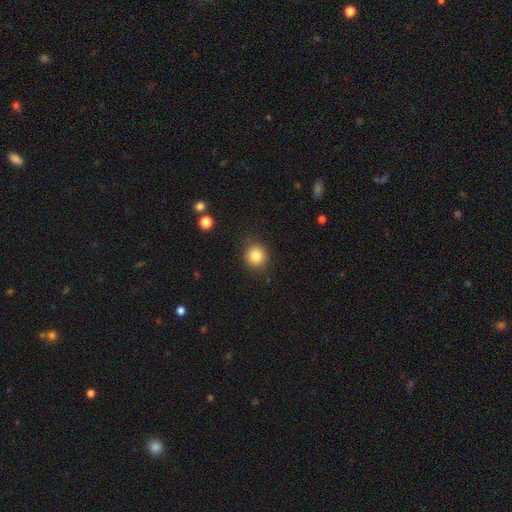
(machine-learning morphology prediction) smooth-or-featured: smooth: 84% | star or artifact: 10% | featured or disk: 6%
  how-rounded: round: 90% | in between: 9% | cigar-shaped: 1%
  merging: none: 85% | minor disturbance: 10% | major disturbance: 3% | merger: 2%